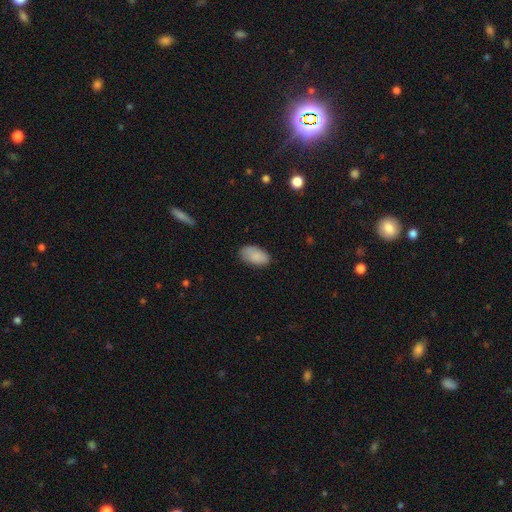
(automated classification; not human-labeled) Smooth or featured? Predicted: smooth (p=0.88). How rounded? Predicted: in between (p=0.95). Merging? Predicted: none (p=0.79).